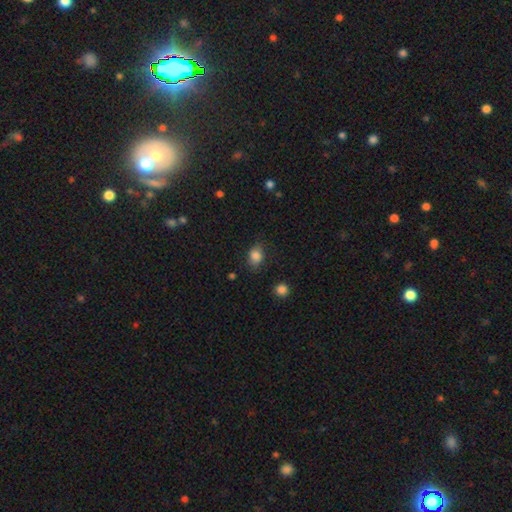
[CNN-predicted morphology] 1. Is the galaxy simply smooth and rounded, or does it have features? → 84% smooth, 10% star or artifact, 6% featured or disk.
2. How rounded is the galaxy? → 65% in between, 33% round, 1% cigar-shaped.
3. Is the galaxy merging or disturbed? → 75% none, 19% minor disturbance, 5% major disturbance, 2% merger.